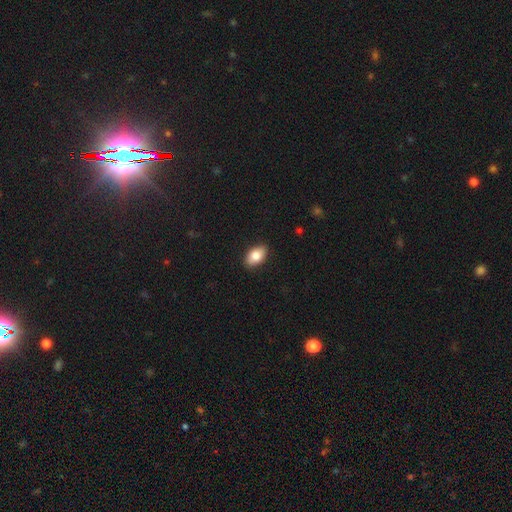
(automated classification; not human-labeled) Smooth or featured? smooth (83%)
How rounded? in between (91%)
Merging? none (88%)